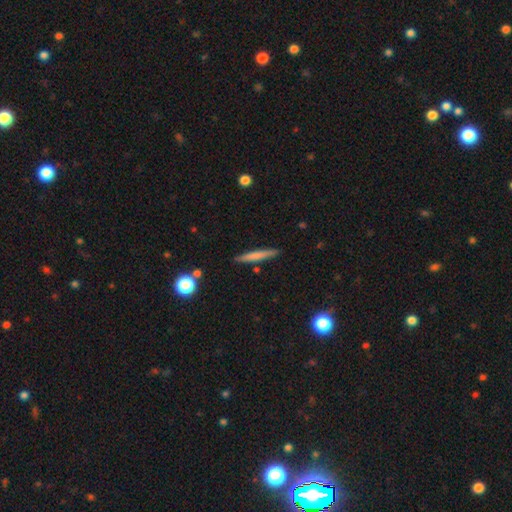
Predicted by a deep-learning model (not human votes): Overall: smooth (66%; featured or disk 27%). How rounded: cigar-shaped (95%). Merging: none (88%).